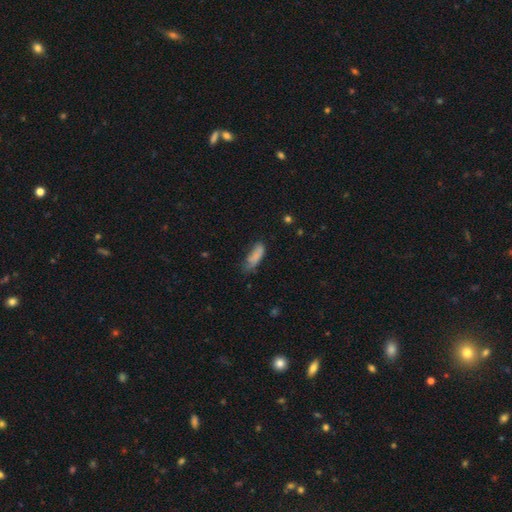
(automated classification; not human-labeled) This appears to be a smooth galaxy with no disk features (80%) that is in between round and cigar-shaped (66%). Merging: none (43%).